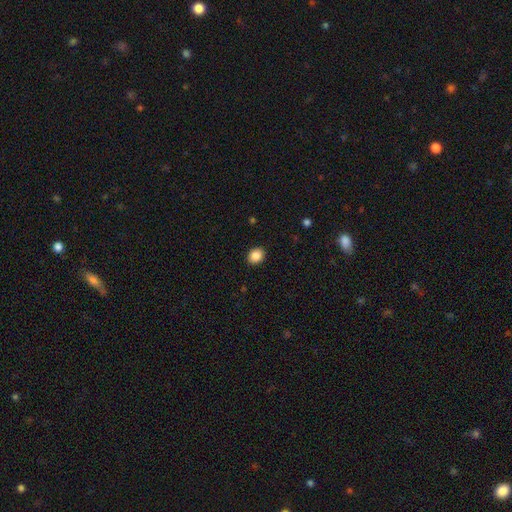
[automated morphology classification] A smooth galaxy with no disk features (87%) that is round (53%). Merging: none (91%).